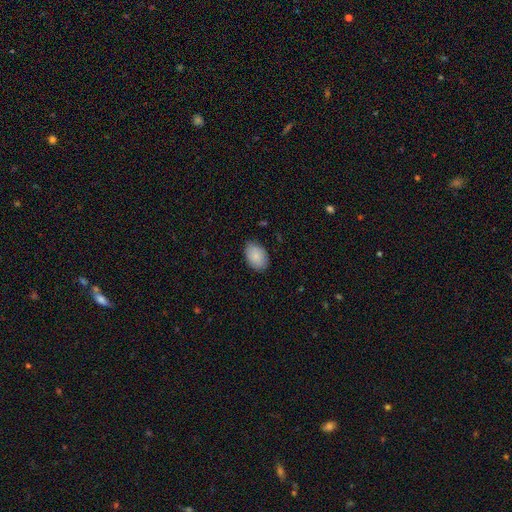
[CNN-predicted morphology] Q: Smooth or featured?
A: smooth (87%); runner-up: featured or disk (7%)
Q: How rounded?
A: in between (89%); runner-up: round (10%)
Q: Merging?
A: none (84%); runner-up: minor disturbance (13%)